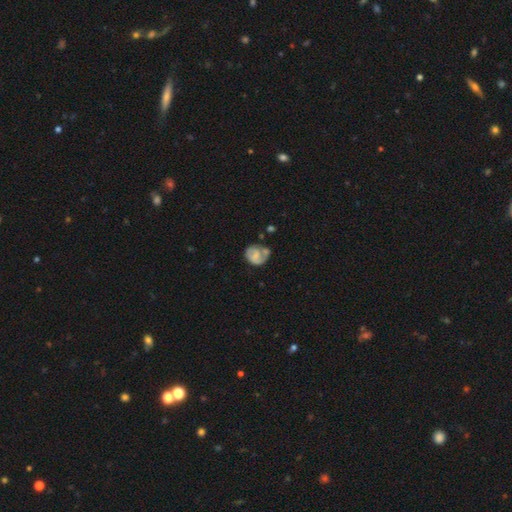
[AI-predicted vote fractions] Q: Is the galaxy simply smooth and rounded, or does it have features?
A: featured or disk — 48%.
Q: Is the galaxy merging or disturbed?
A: none — 41%.